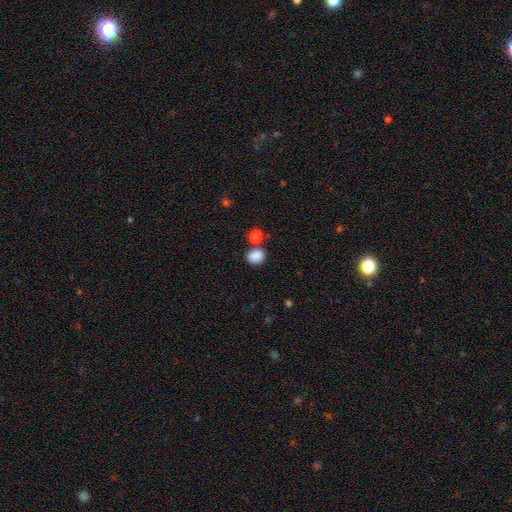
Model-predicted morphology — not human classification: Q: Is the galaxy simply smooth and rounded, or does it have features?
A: smooth — 86%.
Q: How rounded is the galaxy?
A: round — 51%.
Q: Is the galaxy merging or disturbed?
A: none — 69%.